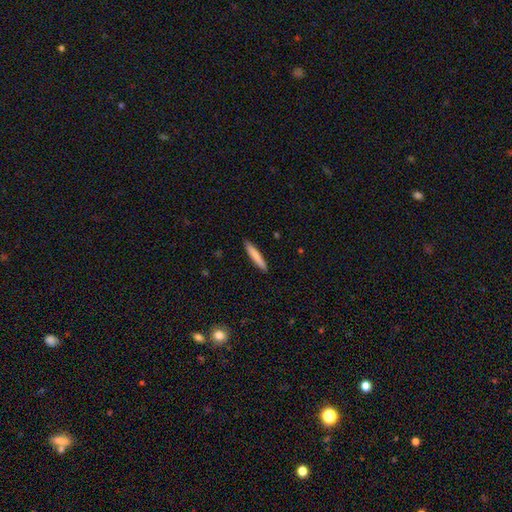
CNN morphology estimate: A smooth galaxy with no disk features (80%) that is cigar-shaped (93%). Merging: none (91%).